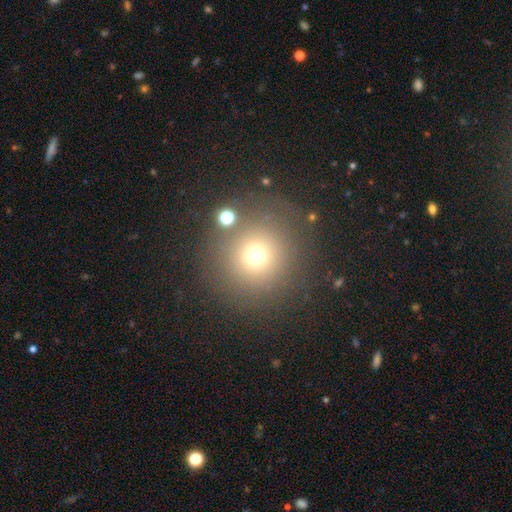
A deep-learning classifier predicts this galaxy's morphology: type=smooth (69%); roundness=round (94%); merging=none (81%).